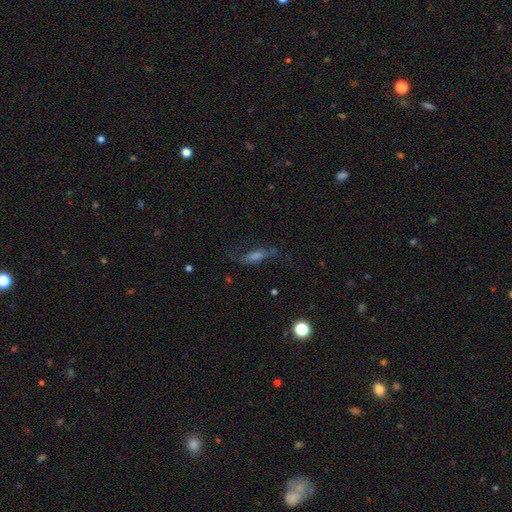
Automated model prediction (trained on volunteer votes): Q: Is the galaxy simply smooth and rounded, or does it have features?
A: featured or disk — 48%.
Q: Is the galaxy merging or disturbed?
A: none — 58%.